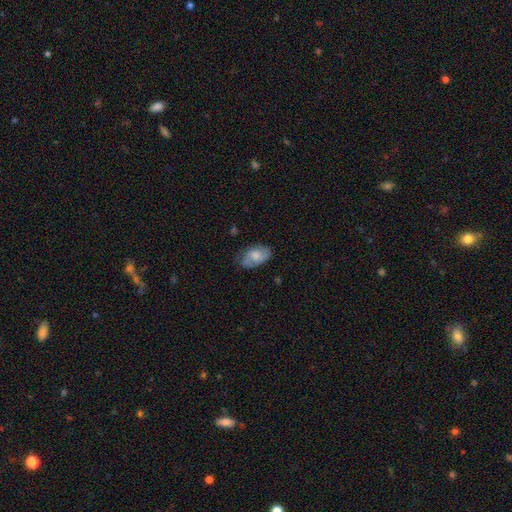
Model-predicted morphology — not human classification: smooth_or_featured: smooth (p=0.63) [alt: featured or disk p=0.30]
how_rounded: in between (p=0.91) [alt: round p=0.07]
merging: none (p=0.66) [alt: minor disturbance p=0.27]